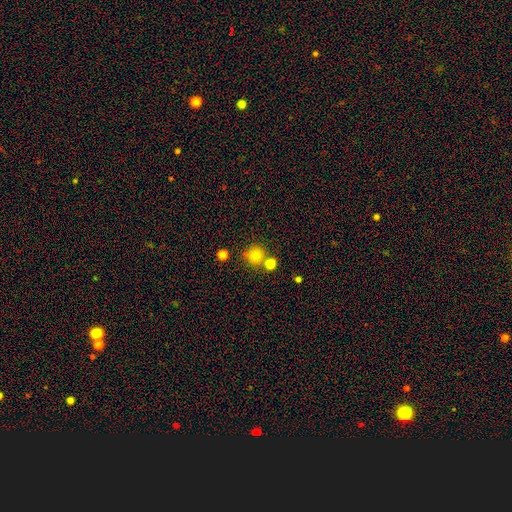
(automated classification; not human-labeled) A smooth galaxy with no disk features (79%) that is round (93%).

Vote fractions:
- Smooth or featured? smooth: 79% / star or artifact: 14% / featured or disk: 7%
- How rounded? round: 93% / in between: 6% / cigar-shaped: 1%
- Merging? none: 71% / merger: 19% / minor disturbance: 8% / major disturbance: 3%